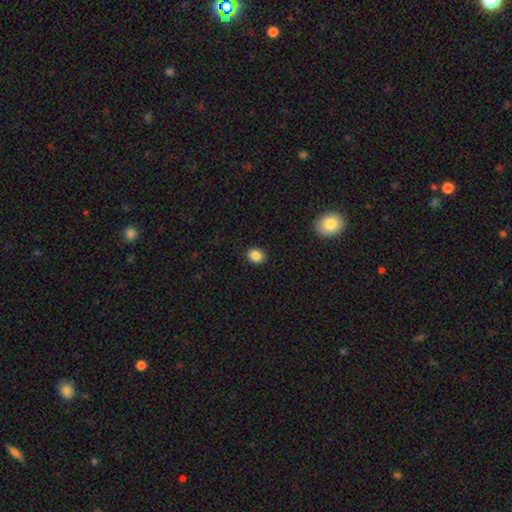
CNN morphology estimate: Q: Smooth or featured?
A: smooth (87%); runner-up: star or artifact (10%)
Q: How rounded?
A: round (70%); runner-up: in between (29%)
Q: Merging?
A: none (91%); runner-up: minor disturbance (6%)